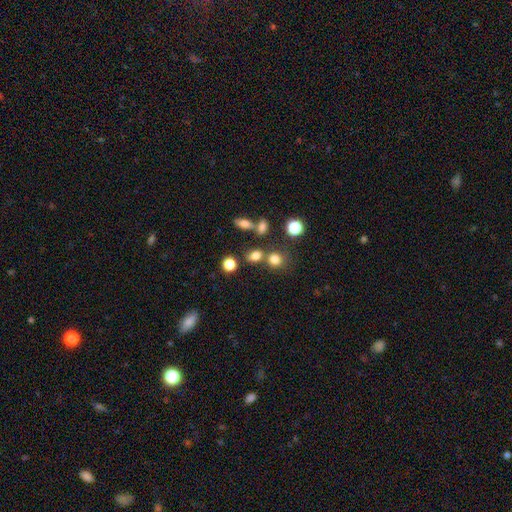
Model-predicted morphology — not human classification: Smooth or featured?
  - smooth: 75% *
  - star or artifact: 16%
  - featured or disk: 9%
How rounded?
  - round: 57% *
  - in between: 41%
  - cigar-shaped: 2%
Merging?
  - none: 59% *
  - merger: 25%
  - minor disturbance: 11%
  - major disturbance: 5%